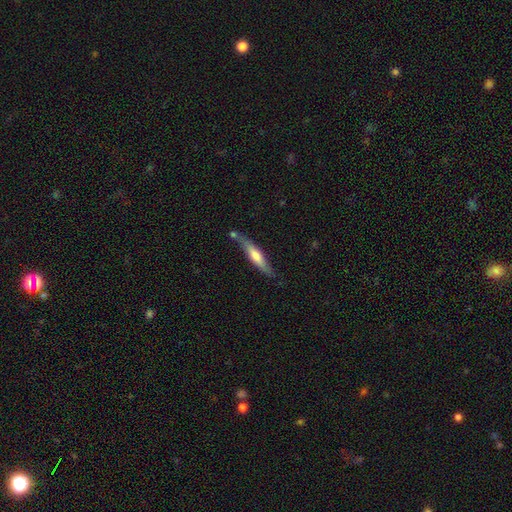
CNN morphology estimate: This appears to be a smooth galaxy with no disk features (48%). Merging: none (64%).